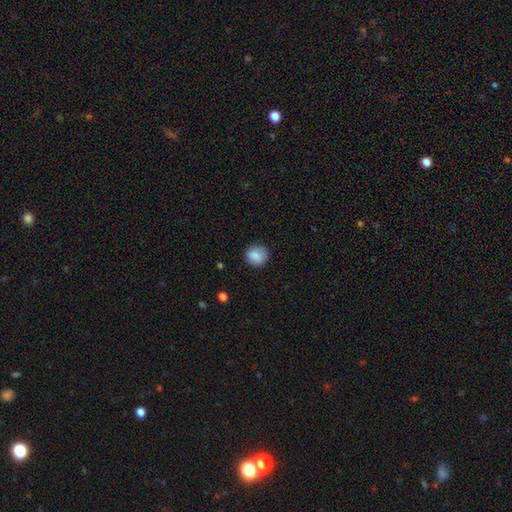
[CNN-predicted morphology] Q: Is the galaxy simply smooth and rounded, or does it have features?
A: smooth — 86%.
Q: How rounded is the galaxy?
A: round — 87%.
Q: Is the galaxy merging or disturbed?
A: none — 86%.